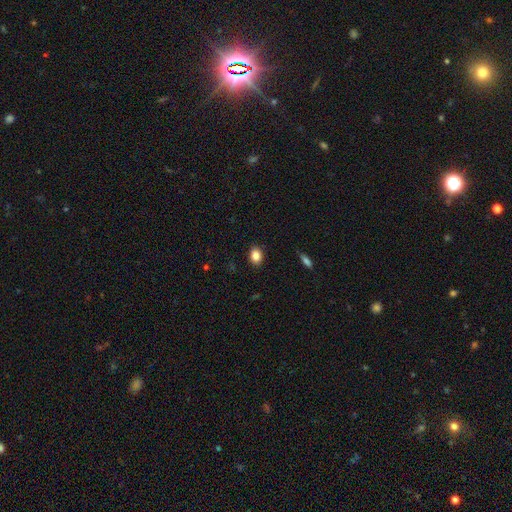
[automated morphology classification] Smooth or featured? smooth (85%)
How rounded? in between (66%)
Merging? none (88%)